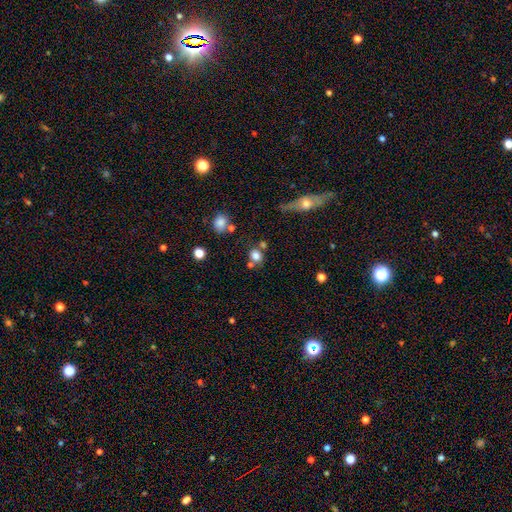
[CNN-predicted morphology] Overall: smooth (78%). How rounded: round (69%; in between 29%). Merging: none (61%).